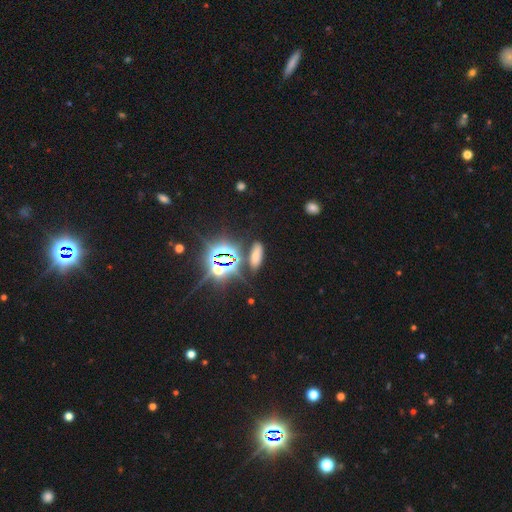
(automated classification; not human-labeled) smooth-or-featured: smooth: 49% | star or artifact: 41% | featured or disk: 10%
  merging: none: 78% | minor disturbance: 11% | merger: 5% | major disturbance: 5%